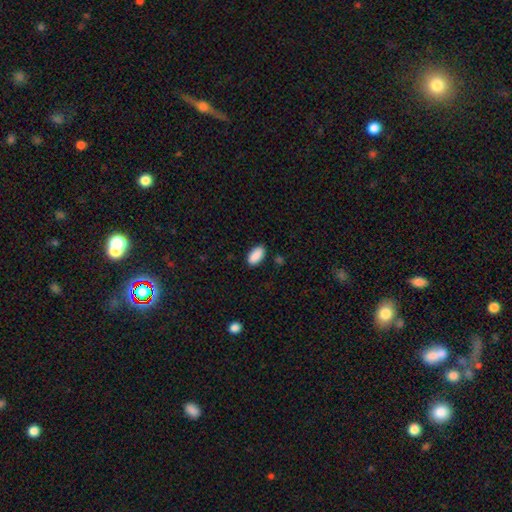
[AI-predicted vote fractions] smooth_or_featured: smooth (p=0.90) [alt: star or artifact p=0.07]
how_rounded: in between (p=0.93) [alt: cigar-shaped p=0.05]
merging: none (p=0.86) [alt: minor disturbance p=0.11]